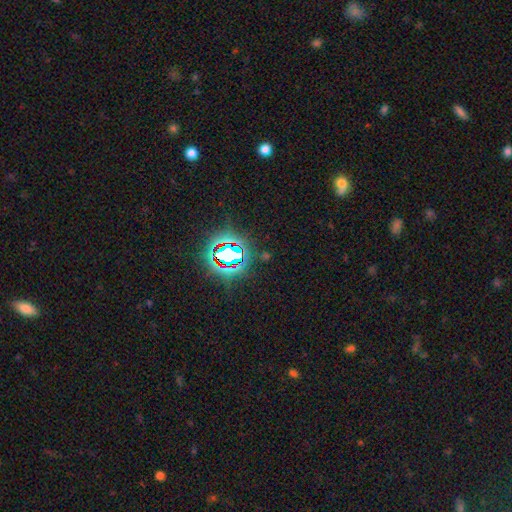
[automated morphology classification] star or artifact 79%, smooth 14%, featured or disk 8%.